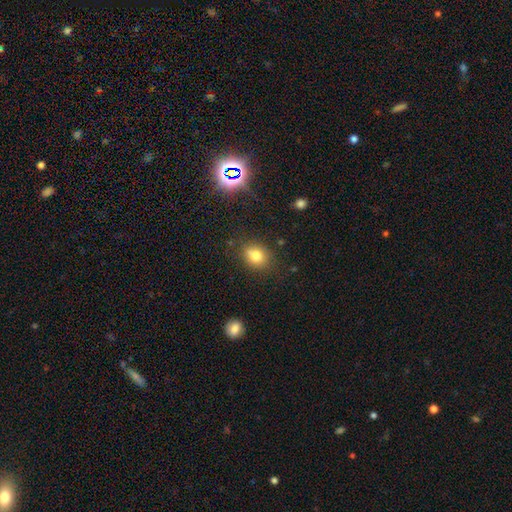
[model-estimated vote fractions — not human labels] smooth-or-featured: smooth: 77% | star or artifact: 13% | featured or disk: 9%
  how-rounded: round: 61% | in between: 38% | cigar-shaped: 1%
  merging: none: 76% | minor disturbance: 14% | merger: 6% | major disturbance: 4%